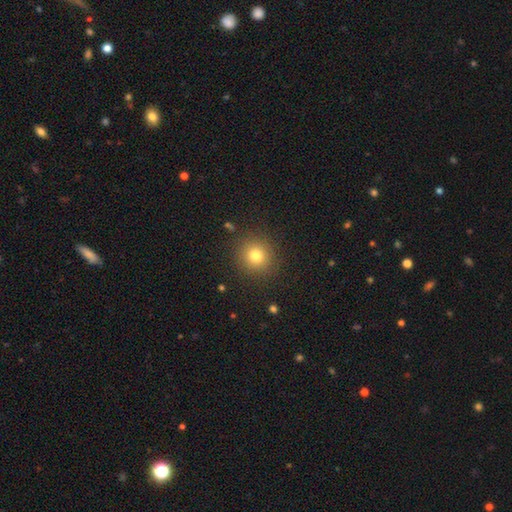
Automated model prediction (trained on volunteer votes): Morphology: type=smooth (78%); roundness=round (93%); merging=none (89%).